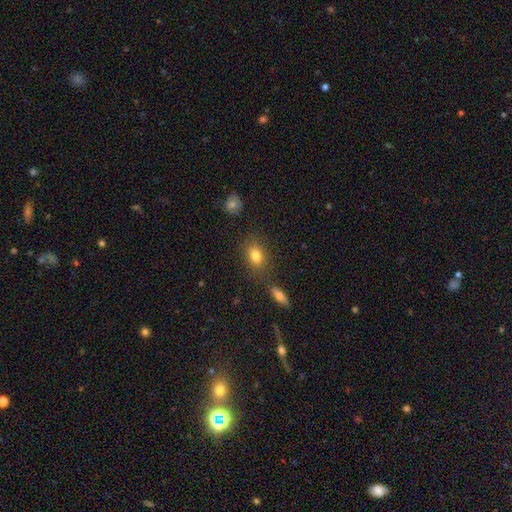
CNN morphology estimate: Smooth or featured? Predicted: smooth (p=0.82). How rounded? Predicted: in between (p=0.72). Merging? Predicted: none (p=0.77).